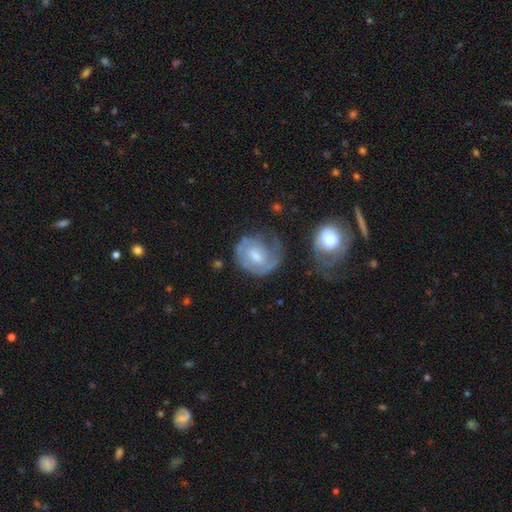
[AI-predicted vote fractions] smooth_or_featured: featured or disk (p=0.65) [alt: smooth p=0.29]
disk_edge_on: no (p=0.97) [alt: yes p=0.03]
bar: weak (p=0.49) [alt: no p=0.41]
has_spiral_arms: yes (p=0.80) [alt: no p=0.20]
spiral_winding: tight (p=0.51) [alt: medium p=0.34]
spiral_arm_count: 2 (p=0.34) [alt: can't tell p=0.30]
bulge_size: moderate (p=0.53) [alt: small p=0.30]
merging: none (p=0.50) [alt: minor disturbance p=0.24]